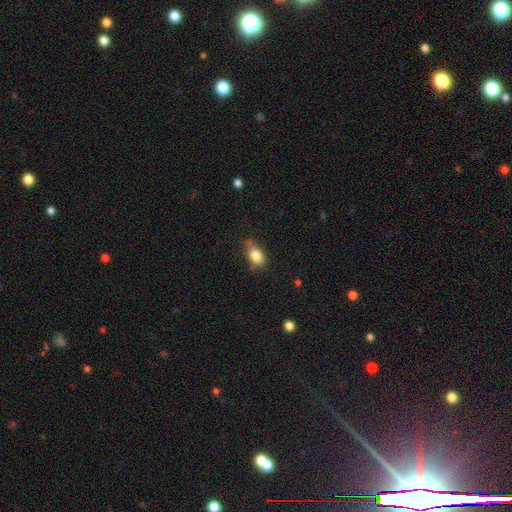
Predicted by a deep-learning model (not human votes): smooth 83%, star or artifact 9%, featured or disk 8%. Down the decision tree: how rounded — in between (82%); merging — none (66%).